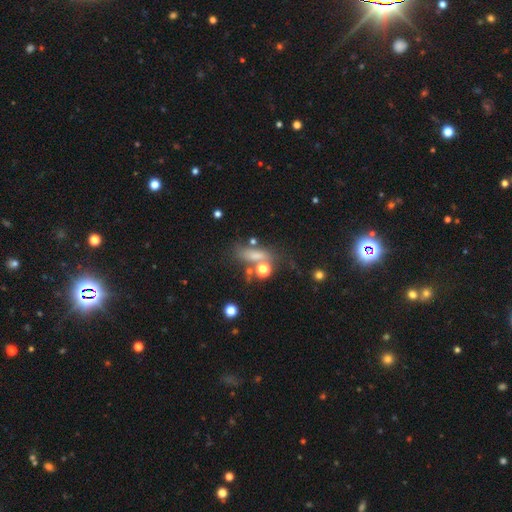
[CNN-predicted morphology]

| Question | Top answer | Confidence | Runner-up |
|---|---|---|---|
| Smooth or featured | smooth | 64% | featured or disk (18%) |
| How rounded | in between | 51% | cigar-shaped (33%) |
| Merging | none | 48% | minor disturbance (19%) |